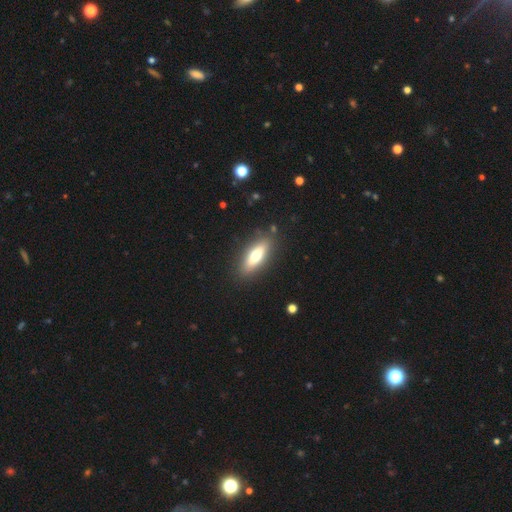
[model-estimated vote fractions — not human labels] This appears to be a smooth galaxy with no disk features (65%) that is in between round and cigar-shaped (59%). Merging: none (86%).